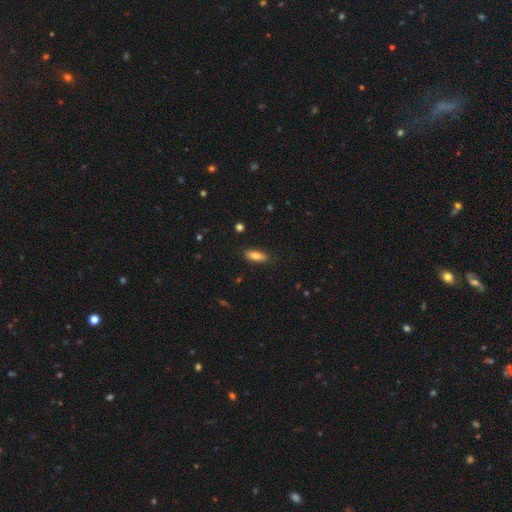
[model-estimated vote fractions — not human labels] A smooth galaxy with no disk features (79%) that is in between round and cigar-shaped (70%).

Vote fractions:
- Smooth or featured? smooth: 79% / featured or disk: 14% / star or artifact: 7%
- How rounded? in between: 70% / cigar-shaped: 27% / round: 2%
- Merging? none: 85% / minor disturbance: 12% / major disturbance: 2% / merger: 1%